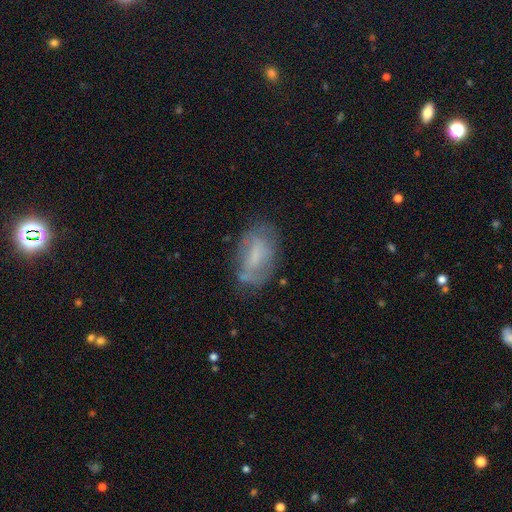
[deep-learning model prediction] Smooth or featured?
  - smooth: 46% *
  - featured or disk: 45%
  - star or artifact: 9%
Merging?
  - none: 61% *
  - minor disturbance: 25%
  - major disturbance: 11%
  - merger: 3%